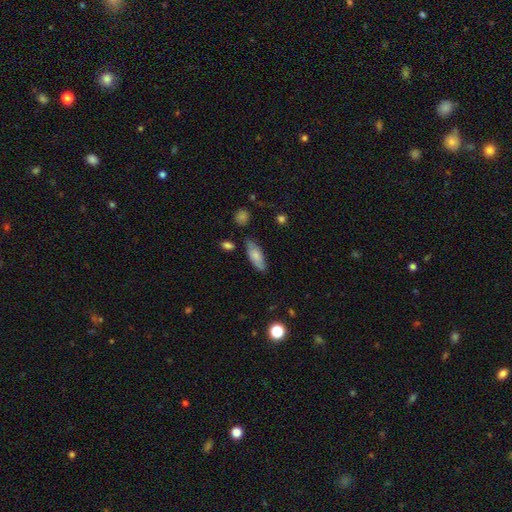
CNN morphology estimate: Overall: smooth (70%). How rounded: in between (72%). Merging: none (73%).